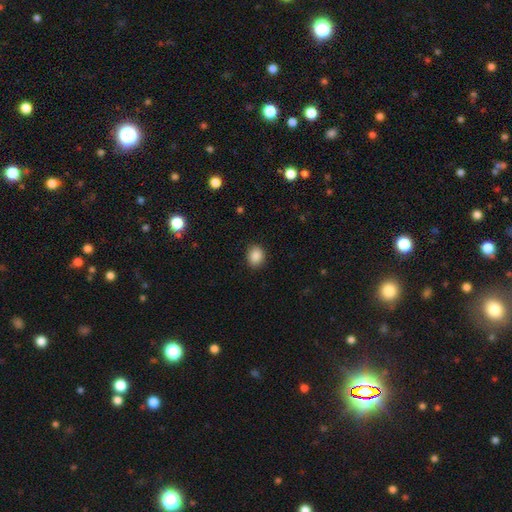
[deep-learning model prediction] Overall: smooth (87%). How rounded: round (57%; in between 42%). Merging: none (89%).